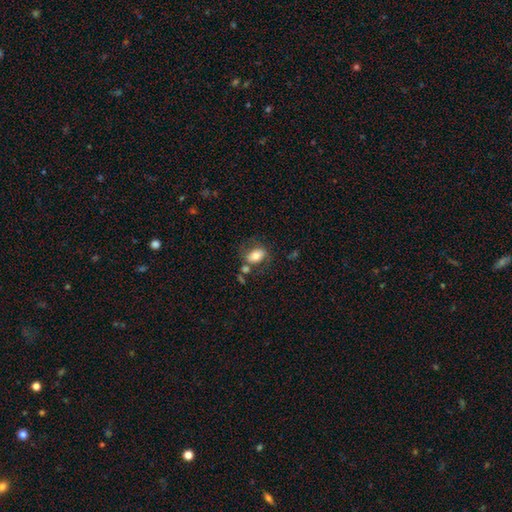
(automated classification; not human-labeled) Q: Smooth or featured?
A: smooth (73%); runner-up: featured or disk (19%)
Q: How rounded?
A: in between (86%); runner-up: round (12%)
Q: Merging?
A: none (54%); runner-up: minor disturbance (18%)